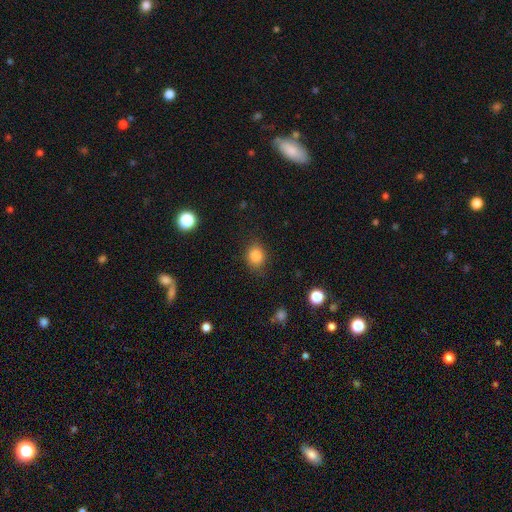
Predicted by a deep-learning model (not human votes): smooth-or-featured: smooth: 85% | star or artifact: 11% | featured or disk: 5%
  how-rounded: round: 61% | in between: 38% | cigar-shaped: 1%
  merging: none: 81% | minor disturbance: 14% | major disturbance: 4% | merger: 1%